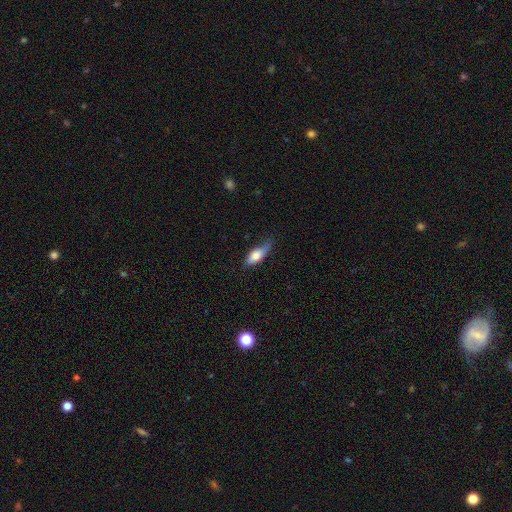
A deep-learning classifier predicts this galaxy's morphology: smooth_or_featured: smooth (p=0.73) [alt: featured or disk p=0.21]
how_rounded: in between (p=0.67) [alt: cigar-shaped p=0.29]
merging: none (p=0.52) [alt: minor disturbance p=0.37]